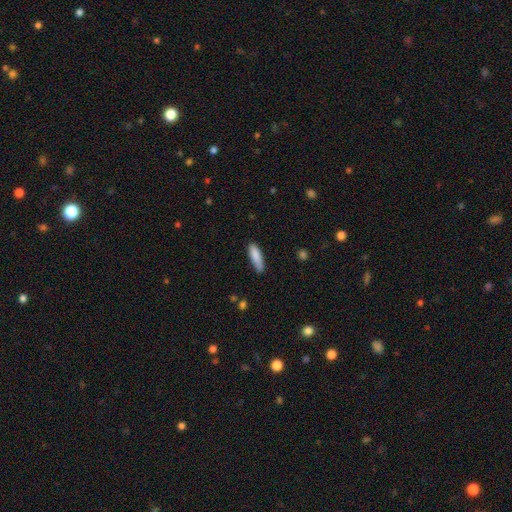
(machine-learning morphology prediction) Smooth or featured: smooth — 86% (featured or disk — 8%)
How rounded: cigar-shaped — 59% (in between — 40%)
Merging: none — 74% (minor disturbance — 20%)